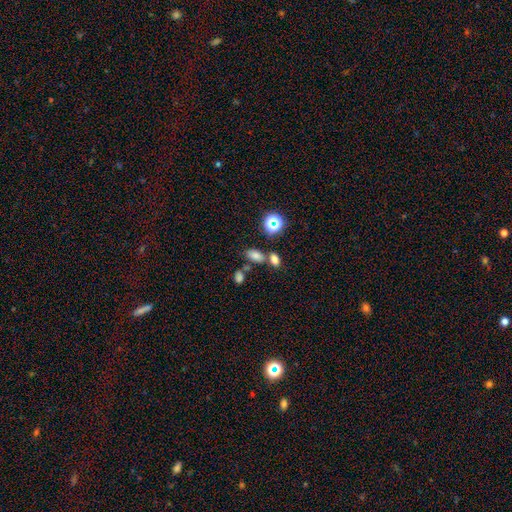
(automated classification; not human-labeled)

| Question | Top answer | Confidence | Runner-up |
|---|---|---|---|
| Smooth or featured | smooth | 74% | star or artifact (17%) |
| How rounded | in between | 86% | round (11%) |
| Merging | none | 58% | merger (26%) |